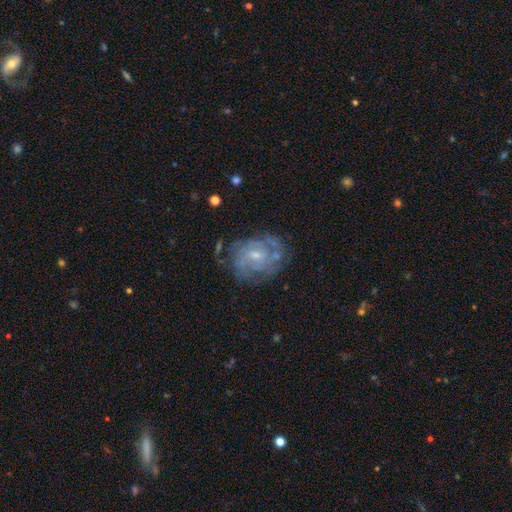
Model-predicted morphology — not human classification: Overall: featured or disk (74%). Edge-on disk: no (97%). Bar: no (57%; weak 37%). Spiral arms: yes (71%). Spiral arm count: can't tell (54%; 2 18%). Spiral winding: tight (55%; medium 33%). Bulge size: small (60%; moderate 33%). Merging: none (61%; minor disturbance 22%).